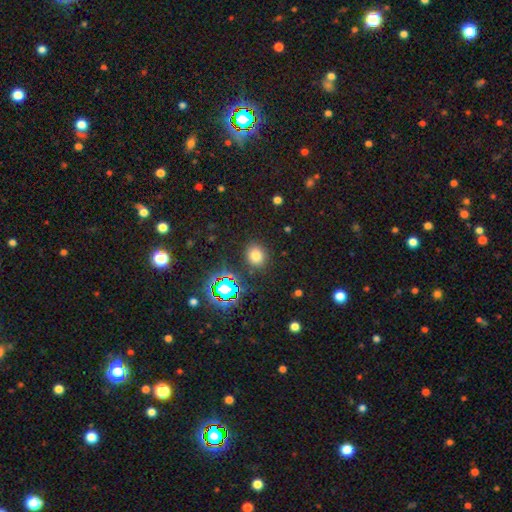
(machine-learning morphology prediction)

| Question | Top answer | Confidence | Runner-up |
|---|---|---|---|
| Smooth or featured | smooth | 71% | star or artifact (22%) |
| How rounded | round | 69% | in between (30%) |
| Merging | none | 86% | minor disturbance (8%) |